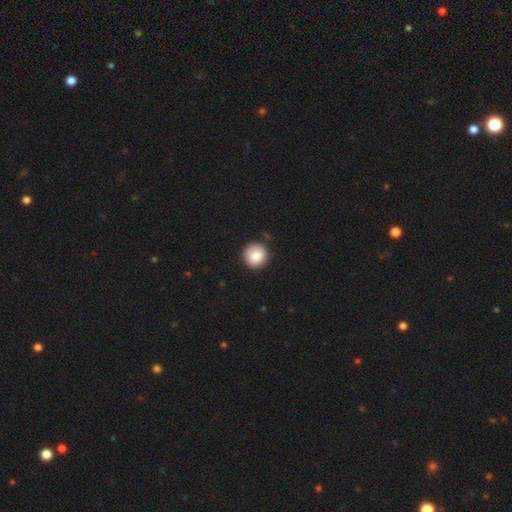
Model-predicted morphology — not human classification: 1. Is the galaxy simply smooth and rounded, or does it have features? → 87% smooth, 8% star or artifact, 5% featured or disk.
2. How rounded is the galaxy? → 93% round, 6% in between, 1% cigar-shaped.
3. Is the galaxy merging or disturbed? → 87% none, 10% minor disturbance, 2% major disturbance, 2% merger.